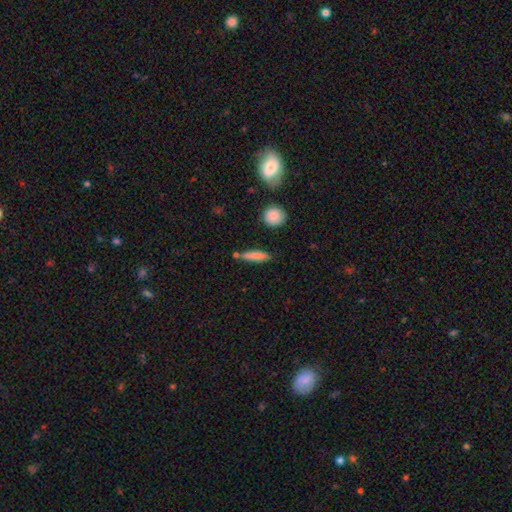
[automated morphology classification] type=smooth (79%); roundness=cigar-shaped (80%); merging=none (74%).